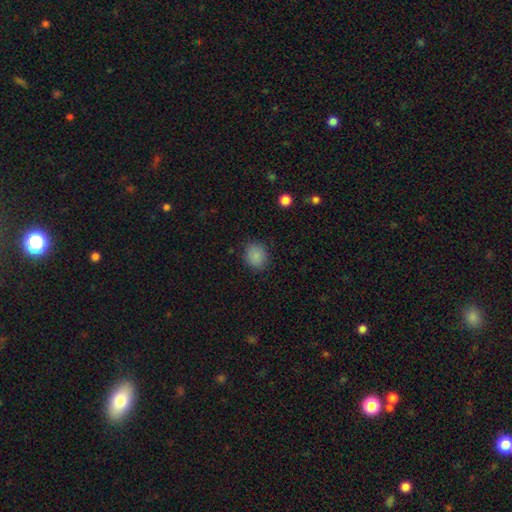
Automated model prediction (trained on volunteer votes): The model was most divided on "how rounded": round: 70%, in between: 29%, cigar-shaped: 1%. More confident: smooth or featured — smooth (87%); merging — none (85%).